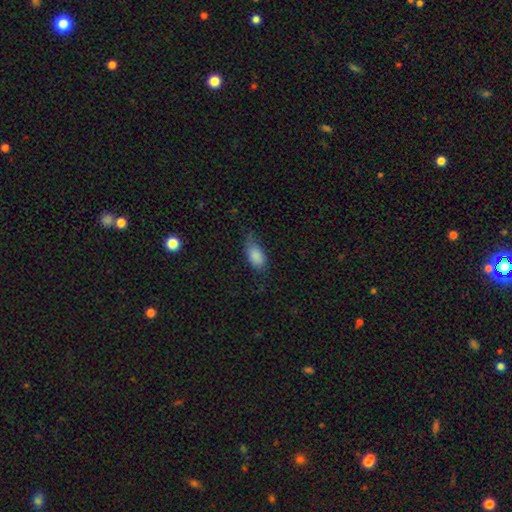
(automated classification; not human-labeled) A smooth galaxy with no disk features (85%) that is in between round and cigar-shaped (91%).

Vote fractions:
- Smooth or featured? smooth: 85% / star or artifact: 8% / featured or disk: 7%
- How rounded? in between: 91% / cigar-shaped: 5% / round: 4%
- Merging? none: 50% / minor disturbance: 36% / major disturbance: 12% / merger: 2%